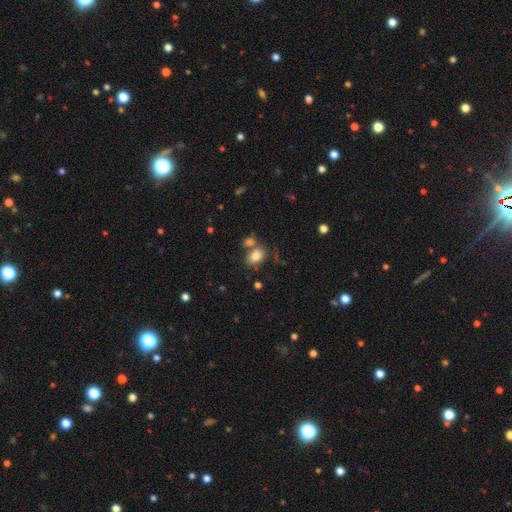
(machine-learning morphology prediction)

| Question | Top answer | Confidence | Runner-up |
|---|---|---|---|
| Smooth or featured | smooth | 81% | star or artifact (9%) |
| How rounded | in between | 79% | round (19%) |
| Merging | none | 54% | merger (28%) |